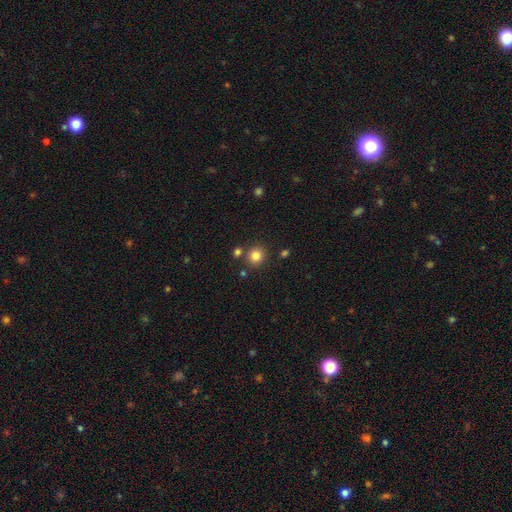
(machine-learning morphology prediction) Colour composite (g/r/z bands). It shows a smooth galaxy with no disk features (83%) that is round (91%). Merging: none (82%).